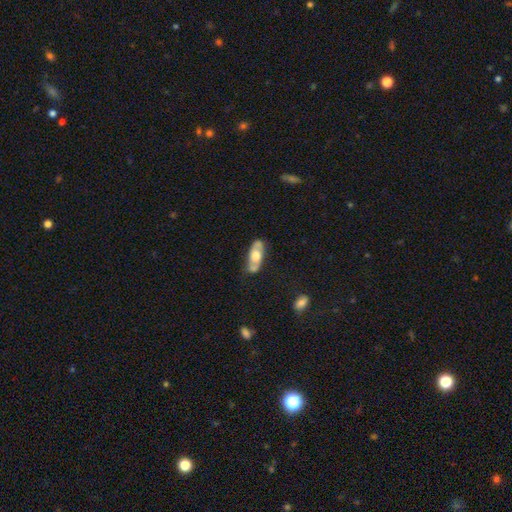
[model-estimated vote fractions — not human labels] A featured or disk galaxy (50%). Merging: none (65%).